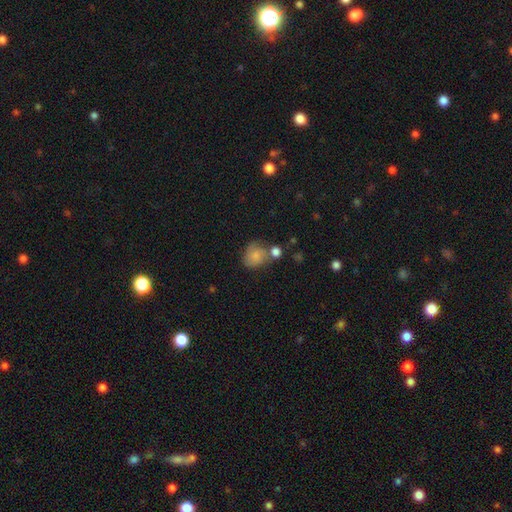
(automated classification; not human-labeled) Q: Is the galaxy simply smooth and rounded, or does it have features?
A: smooth — 72%.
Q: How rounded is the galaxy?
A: round — 62%.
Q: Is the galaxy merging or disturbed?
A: none — 44%.